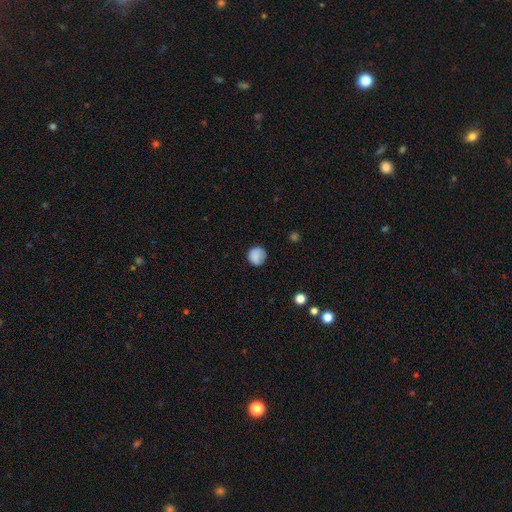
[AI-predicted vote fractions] This is clearly a smooth galaxy (84%). How rounded: clearly round (89%). Merging: likely none (78%).